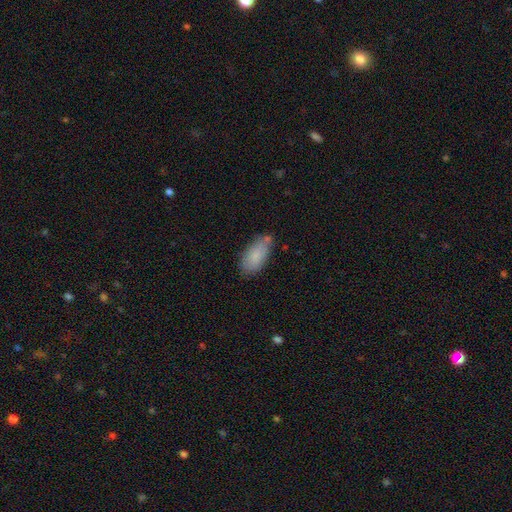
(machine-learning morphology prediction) The model was most divided on "merging": none: 66%, minor disturbance: 22%, merger: 7%, major disturbance: 5%. More confident: how rounded — in between (91%); smooth or featured — smooth (84%).